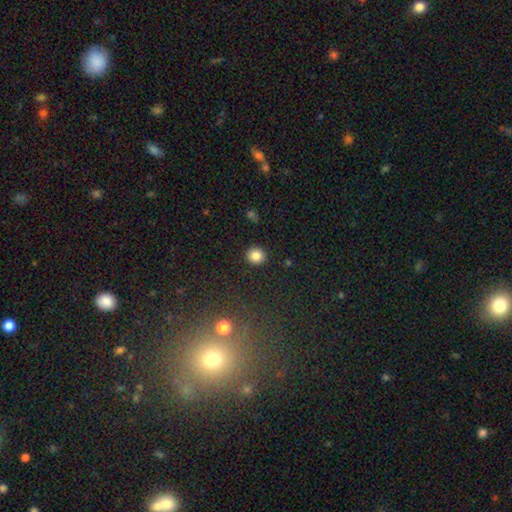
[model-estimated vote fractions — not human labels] smooth 84%, star or artifact 11%, featured or disk 5%. Down the decision tree: how rounded — round (89%); merging — none (91%).